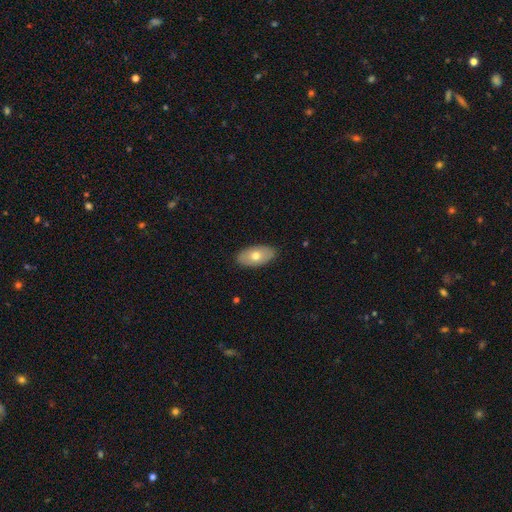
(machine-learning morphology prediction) This is likely a smooth galaxy (66%). How rounded: clearly in between (94%). Merging: clearly none (88%).